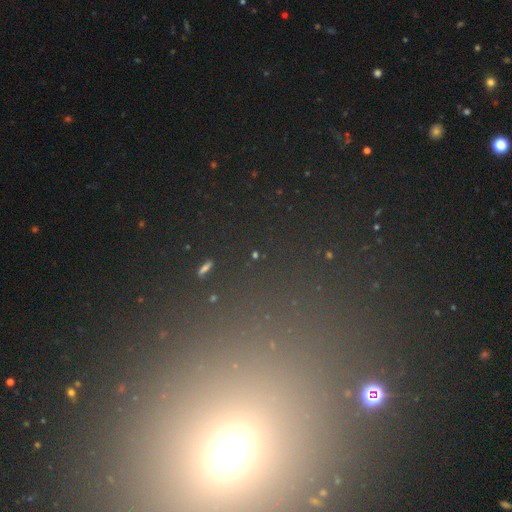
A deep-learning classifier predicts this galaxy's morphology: A star or artifact, not a galaxy (61%).

Vote fractions:
- Smooth or featured? star or artifact: 61% / smooth: 26% / featured or disk: 12%